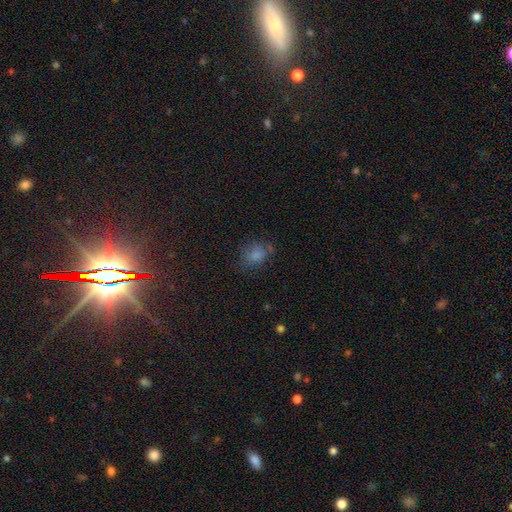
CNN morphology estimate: This appears to be a smooth galaxy with no disk features (57%) that is in between round and cigar-shaped (61%). Merging: none (68%).